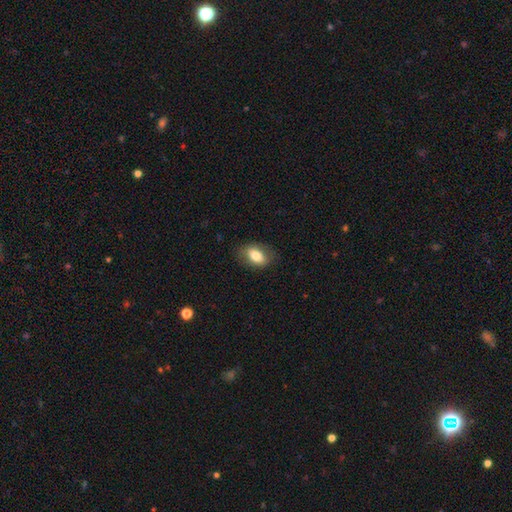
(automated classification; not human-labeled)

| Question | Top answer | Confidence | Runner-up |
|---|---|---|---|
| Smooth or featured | smooth | 75% | featured or disk (18%) |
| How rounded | in between | 87% | round (10%) |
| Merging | none | 80% | minor disturbance (14%) |